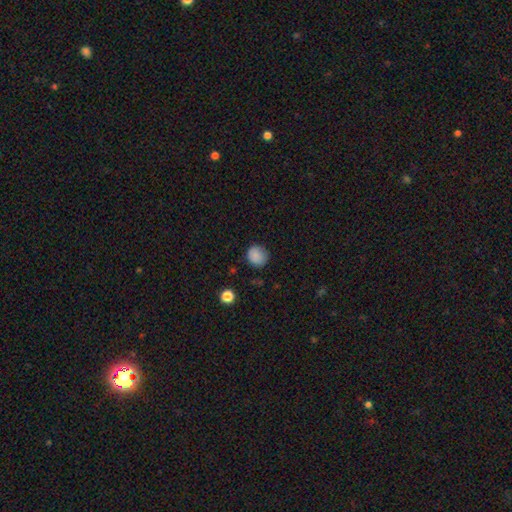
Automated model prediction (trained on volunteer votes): Smooth or featured? smooth (86%)
How rounded? round (85%)
Merging? none (81%)